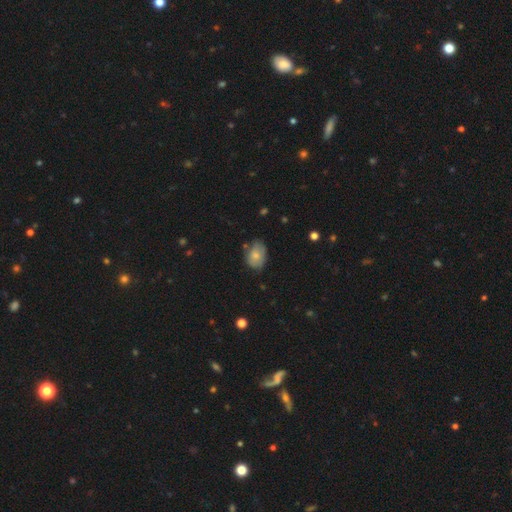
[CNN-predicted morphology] Smooth or featured? Predicted: smooth (p=0.73). How rounded? Predicted: in between (p=0.80). Merging? Predicted: none (p=0.66).